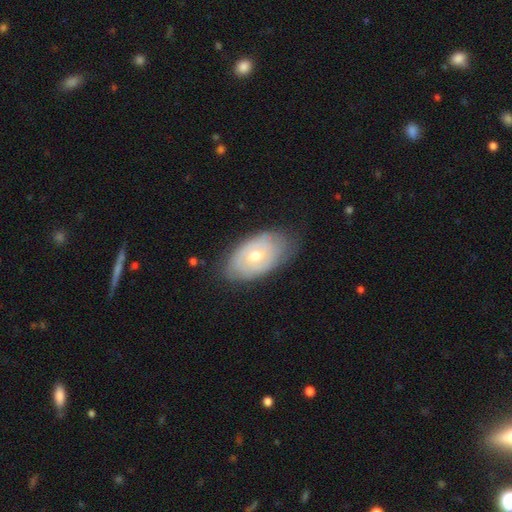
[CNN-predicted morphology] Smooth or featured? featured or disk (60%)
Edge-on disk? no (92%)
Bar? no (80%)
Spiral arms? yes (57%)
Bulge size? moderate (65%)
Merging? none (73%)